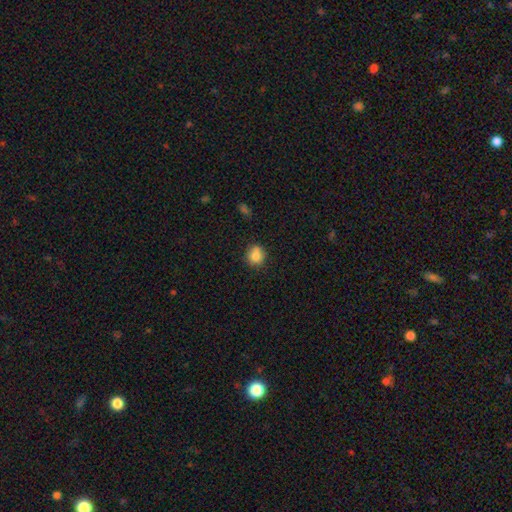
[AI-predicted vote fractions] A smooth galaxy with no disk features (82%) that is round (82%).

Vote fractions:
- Smooth or featured? smooth: 82% / star or artifact: 10% / featured or disk: 8%
- How rounded? round: 82% / in between: 17% / cigar-shaped: 1%
- Merging? none: 70% / minor disturbance: 18% / merger: 8% / major disturbance: 4%